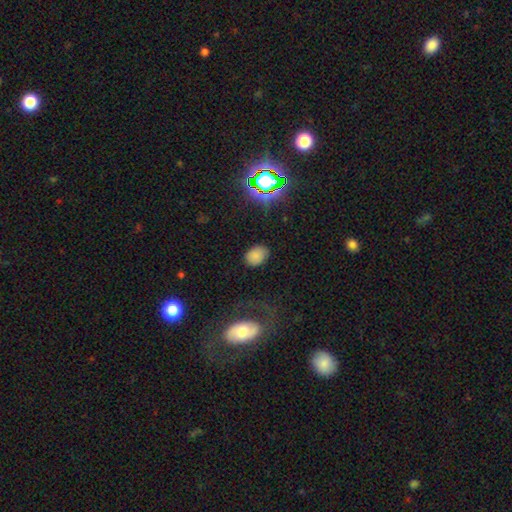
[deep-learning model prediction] A smooth galaxy with no disk features (76%) that is in between round and cigar-shaped (71%).

Vote fractions:
- Smooth or featured? smooth: 76% / star or artifact: 16% / featured or disk: 8%
- How rounded? in between: 71% / round: 28% / cigar-shaped: 1%
- Merging? none: 78% / minor disturbance: 15% / major disturbance: 6% / merger: 2%